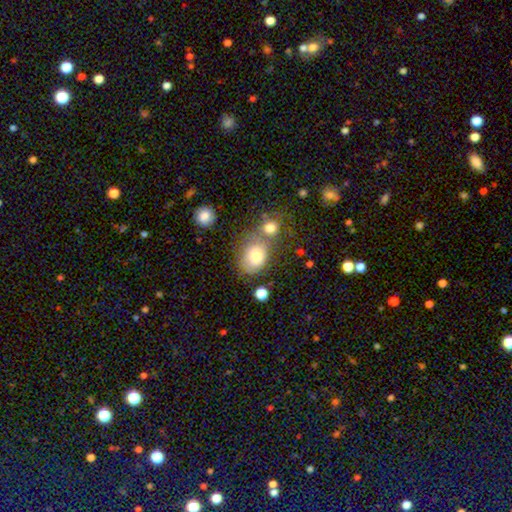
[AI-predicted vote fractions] This is likely a smooth galaxy (73%). How rounded: possibly in between (54%). Merging: marginally none (43%).